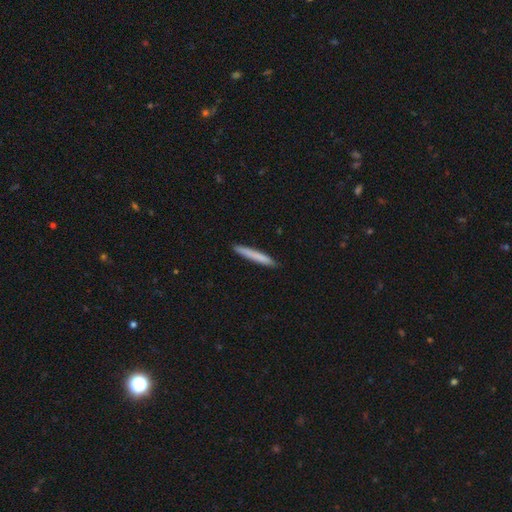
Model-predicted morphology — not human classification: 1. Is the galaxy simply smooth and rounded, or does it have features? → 77% smooth, 18% featured or disk, 6% star or artifact.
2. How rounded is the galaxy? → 96% cigar-shaped, 3% in between, 1% round.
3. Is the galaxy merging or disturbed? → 91% none, 6% minor disturbance, 1% major disturbance, 1% merger.